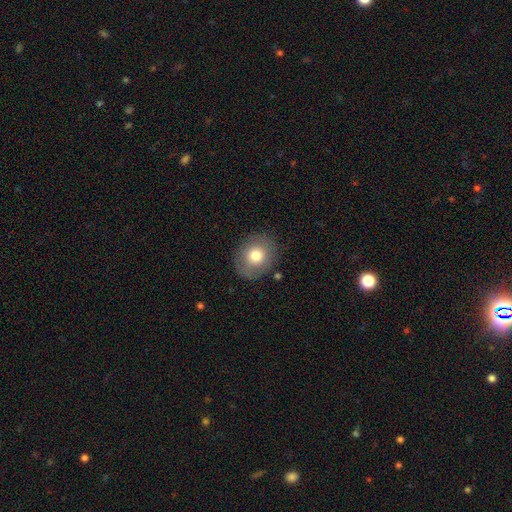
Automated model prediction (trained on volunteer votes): Overall: smooth (76%). How rounded: round (69%; in between 30%). Merging: none (85%).